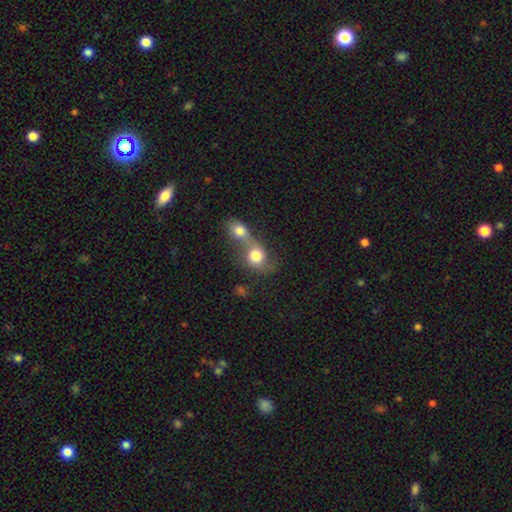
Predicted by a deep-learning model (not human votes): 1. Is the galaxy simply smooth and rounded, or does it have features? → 74% smooth, 18% featured or disk, 9% star or artifact.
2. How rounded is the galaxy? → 65% round, 33% in between, 2% cigar-shaped.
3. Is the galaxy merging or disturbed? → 73% merger, 15% none, 6% major disturbance, 6% minor disturbance.